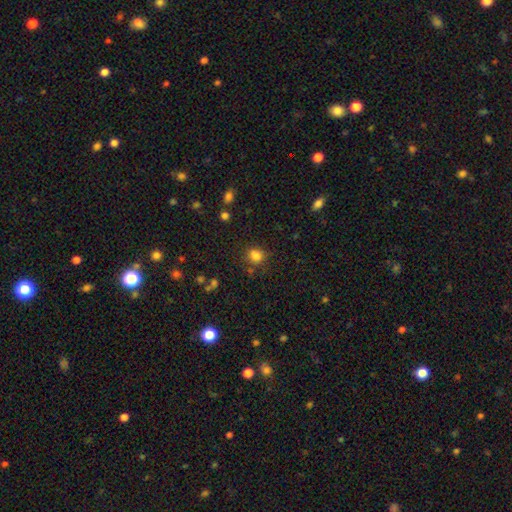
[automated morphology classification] Smooth or featured? Predicted: smooth (p=0.82). How rounded? Predicted: round (p=0.77). Merging? Predicted: none (p=0.75).